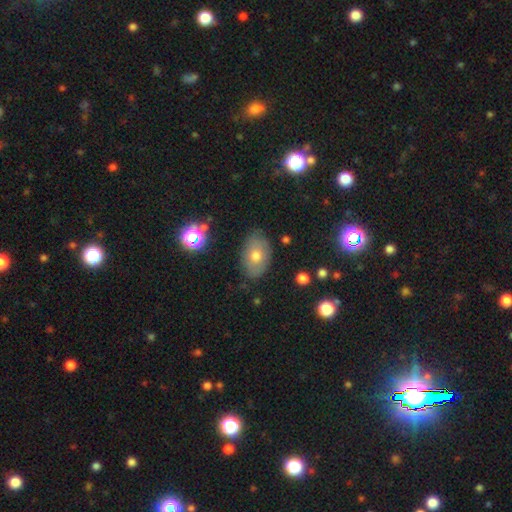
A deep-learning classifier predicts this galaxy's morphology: The model was most divided on "smooth or featured": smooth: 65%, featured or disk: 23%, star or artifact: 12%. More confident: how rounded — in between (86%); merging — none (79%).